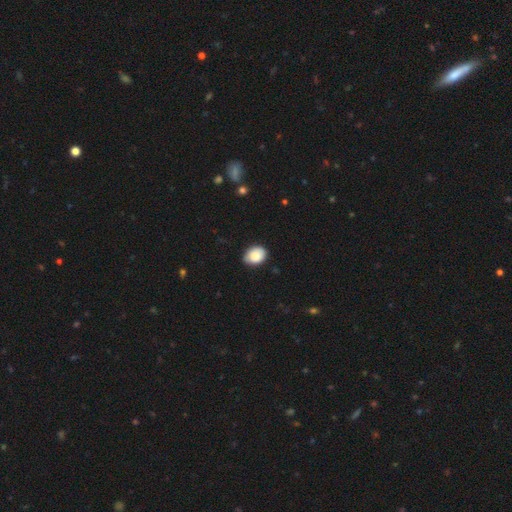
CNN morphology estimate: A smooth galaxy with no disk features (86%) that is in between round and cigar-shaped (63%).

Vote fractions:
- Smooth or featured? smooth: 86% / featured or disk: 7% / star or artifact: 7%
- How rounded? in between: 63% / round: 36% / cigar-shaped: 1%
- Merging? none: 75% / minor disturbance: 21% / major disturbance: 3% / merger: 1%